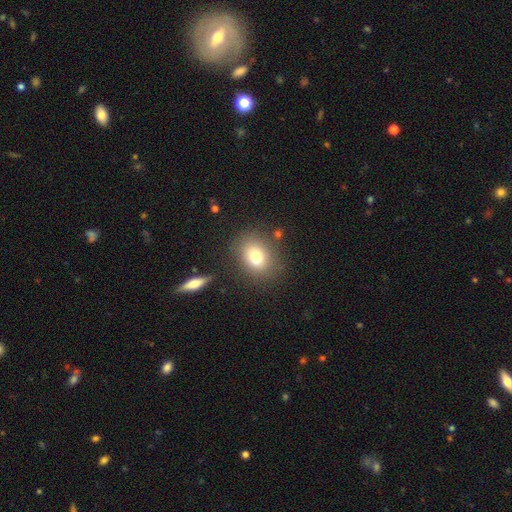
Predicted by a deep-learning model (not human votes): smooth 75%, featured or disk 13%, star or artifact 11%. Down the decision tree: how rounded — round (50%); merging — none (71%).